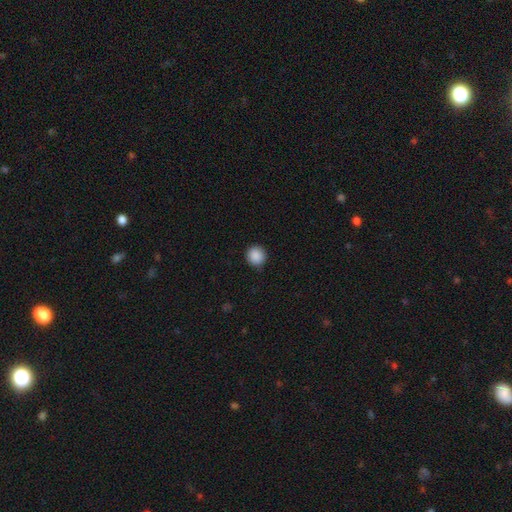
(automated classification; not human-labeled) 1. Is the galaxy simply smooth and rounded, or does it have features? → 89% smooth, 9% star or artifact, 3% featured or disk.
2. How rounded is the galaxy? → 93% round, 6% in between, 1% cigar-shaped.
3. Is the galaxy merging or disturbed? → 90% none, 7% minor disturbance, 2% major disturbance, 1% merger.